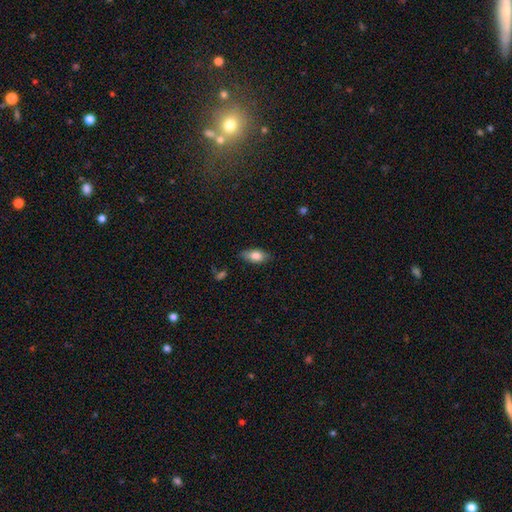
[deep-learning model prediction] This is likely a smooth galaxy (78%). How rounded: clearly in between (86%). Merging: likely none (78%).